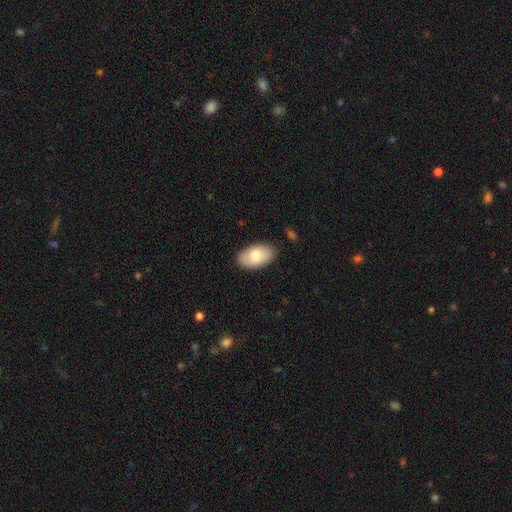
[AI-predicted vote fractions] smooth 80%, featured or disk 14%, star or artifact 6%. Down the decision tree: how rounded — in between (95%); merging — none (86%).